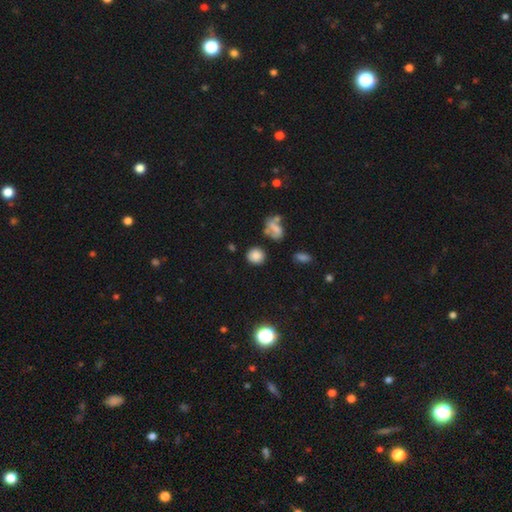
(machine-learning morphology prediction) This appears to be a smooth galaxy with no disk features (81%) that is round (83%). Merging: none (77%).